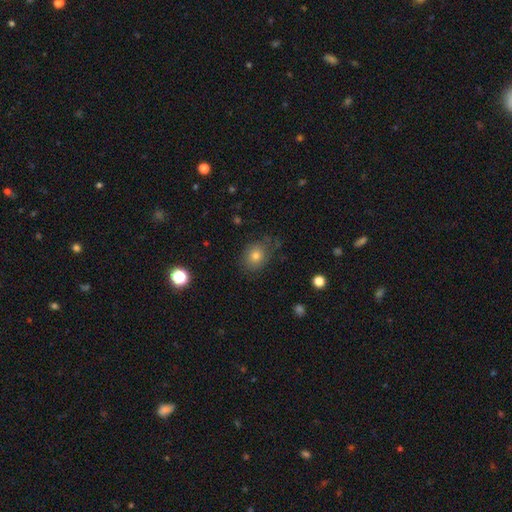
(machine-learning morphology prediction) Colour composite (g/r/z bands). It shows a smooth galaxy with no disk features (73%) that is round (55%). Merging: none (71%).